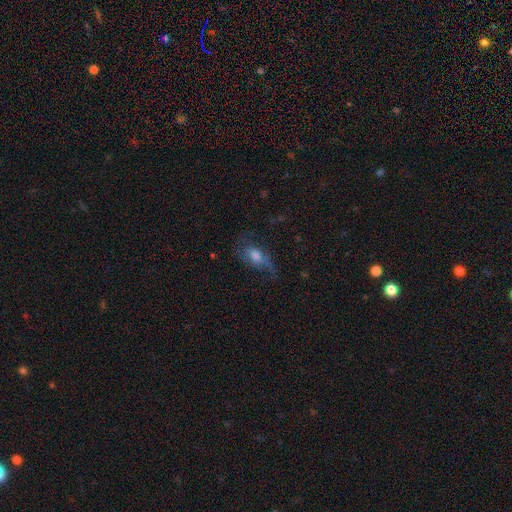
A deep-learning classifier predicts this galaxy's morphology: The model was most divided on "smooth or featured": featured or disk: 48%, smooth: 39%, star or artifact: 13%. Remaining: merging — none (43%).